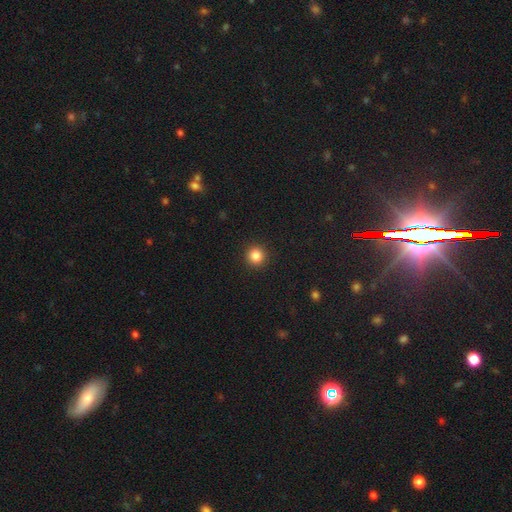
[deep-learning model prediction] This appears to be a smooth galaxy with no disk features (85%) that is round (95%). Merging: none (93%).